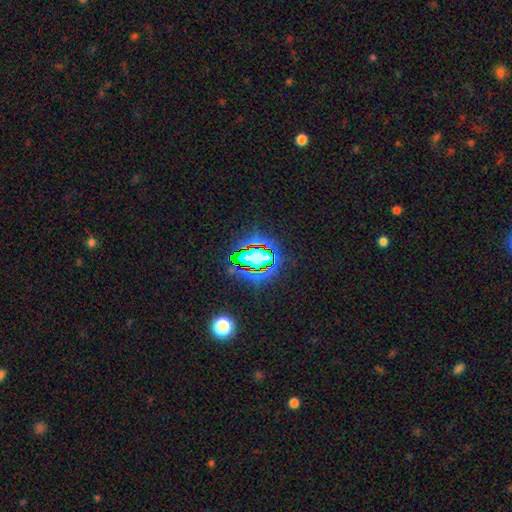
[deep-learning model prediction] star or artifact 77%, smooth 14%, featured or disk 9%.